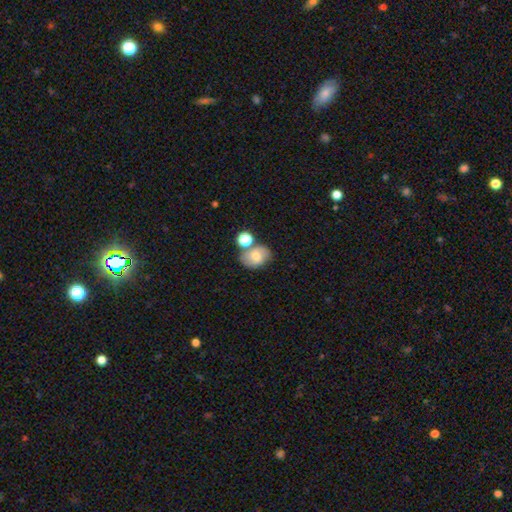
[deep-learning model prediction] Smooth or featured? smooth (63%)
How rounded? in between (63%)
Merging? none (55%)